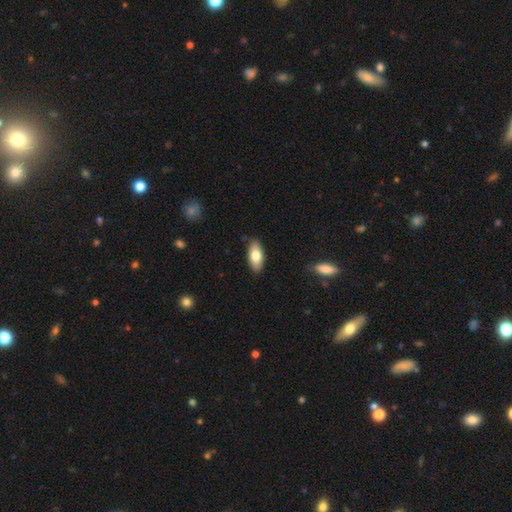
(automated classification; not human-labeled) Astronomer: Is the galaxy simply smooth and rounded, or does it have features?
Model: smooth — 76%.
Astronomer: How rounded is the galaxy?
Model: in between — 86%.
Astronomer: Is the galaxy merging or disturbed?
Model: none — 87%.